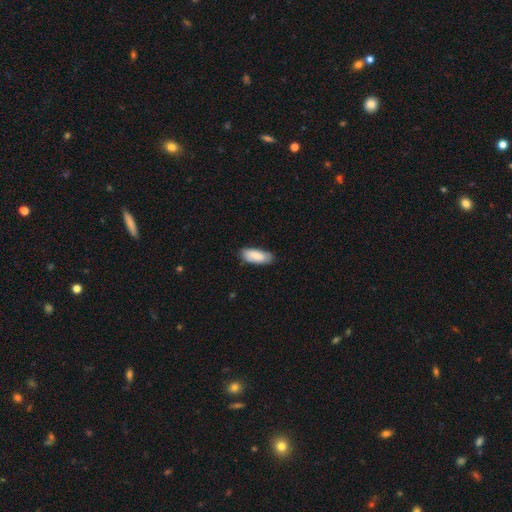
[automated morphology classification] Smooth or featured? smooth (84%)
How rounded? in between (83%)
Merging? none (76%)